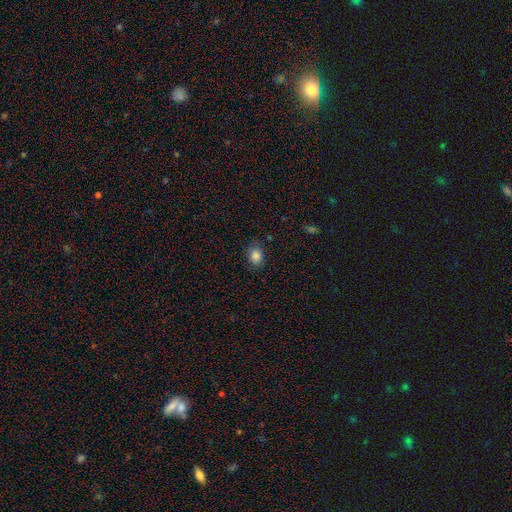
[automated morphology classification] Smooth or featured? smooth (85%)
How rounded? in between (59%)
Merging? none (83%)